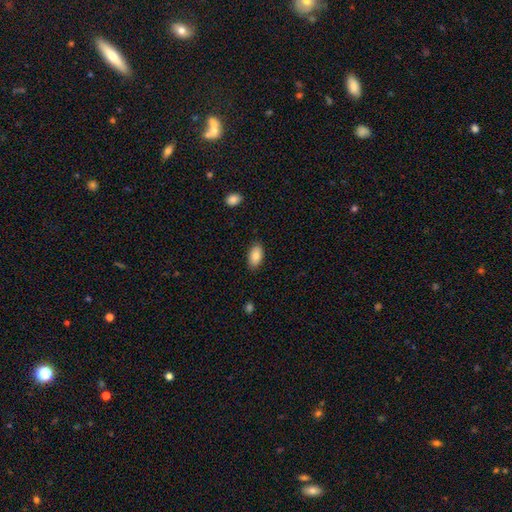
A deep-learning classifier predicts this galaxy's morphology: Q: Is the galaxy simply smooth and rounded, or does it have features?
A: smooth — 85%.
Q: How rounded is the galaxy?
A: in between — 93%.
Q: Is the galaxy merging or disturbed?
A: none — 86%.